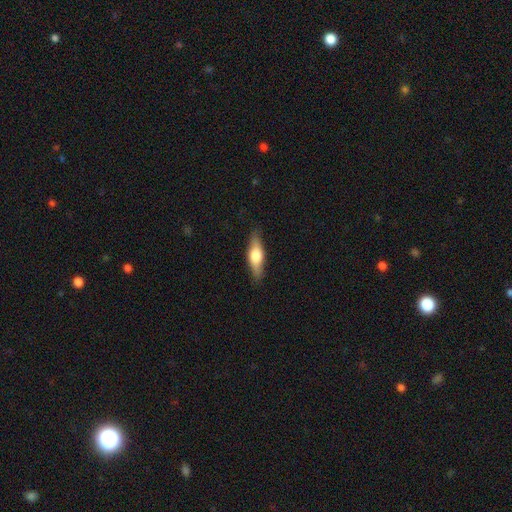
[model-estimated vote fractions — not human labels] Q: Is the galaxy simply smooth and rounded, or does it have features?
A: smooth — 54%.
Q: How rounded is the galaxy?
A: cigar-shaped — 49%.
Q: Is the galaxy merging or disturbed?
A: none — 85%.